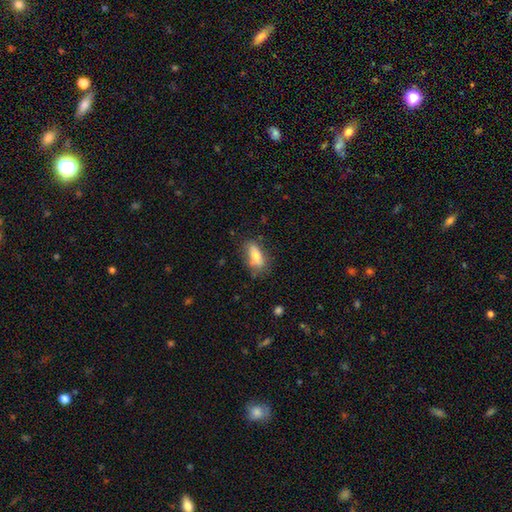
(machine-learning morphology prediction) Smooth or featured: smooth — 71% (featured or disk — 21%)
How rounded: in between — 83% (cigar-shaped — 13%)
Merging: none — 69% (minor disturbance — 22%)